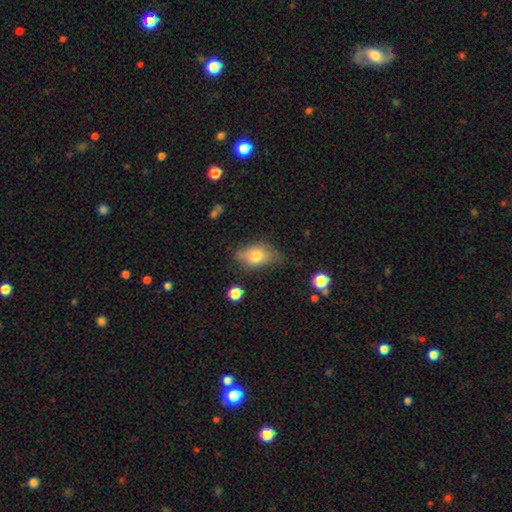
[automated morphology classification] This is likely a smooth galaxy (72%). How rounded: clearly in between (83%). Merging: possibly none (58%).